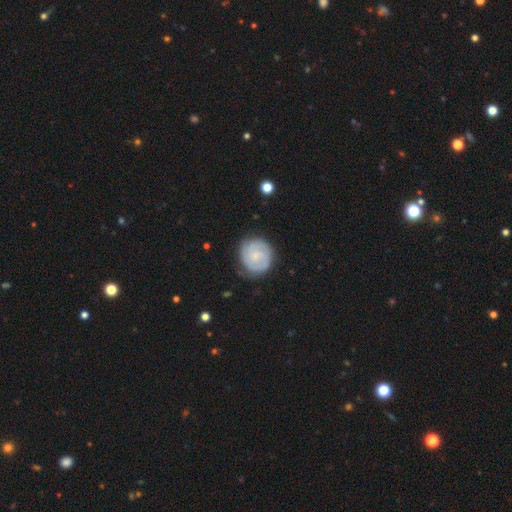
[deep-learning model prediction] Smooth or featured: featured or disk — 63% (smooth — 31%)
Edge-on disk: no — 98% (yes — 2%)
Bar: no — 67% (weak — 29%)
Spiral arms: yes — 91% (no — 9%)
Spiral winding: tight — 68% (medium — 26%)
Spiral arm count: 2 — 45% (can't tell — 27%)
Bulge size: small — 60% (moderate — 20%)
Merging: none — 76% (minor disturbance — 18%)